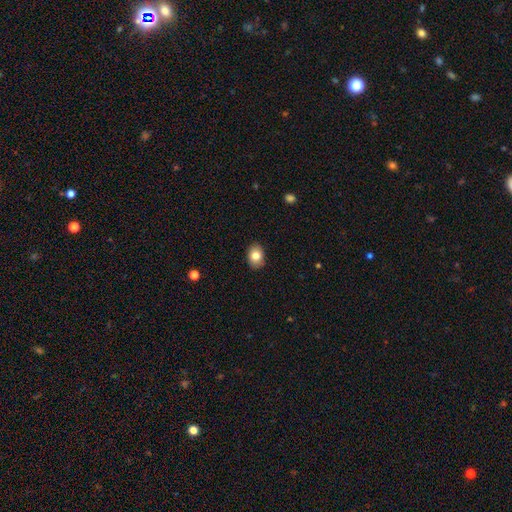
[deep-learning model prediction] Smooth or featured? smooth (82%)
How rounded? in between (71%)
Merging? none (88%)